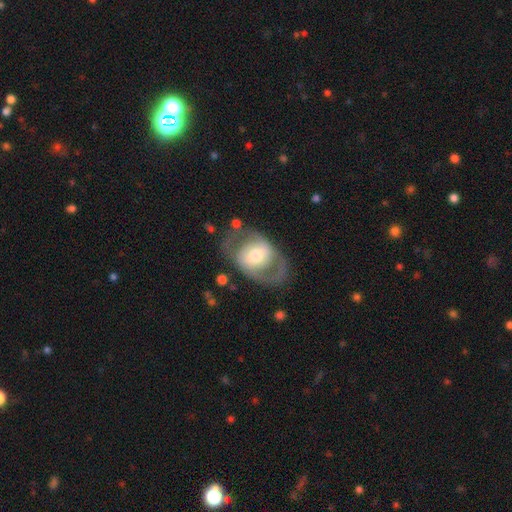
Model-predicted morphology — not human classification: Smooth or featured? Predicted: featured or disk (p=0.61). Edge-on disk? Predicted: no (p=0.93). Bar? Predicted: no (p=0.55). Spiral arms? Predicted: no (p=0.59). Bulge size? Predicted: moderate (p=0.62). Merging? Predicted: none (p=0.63).